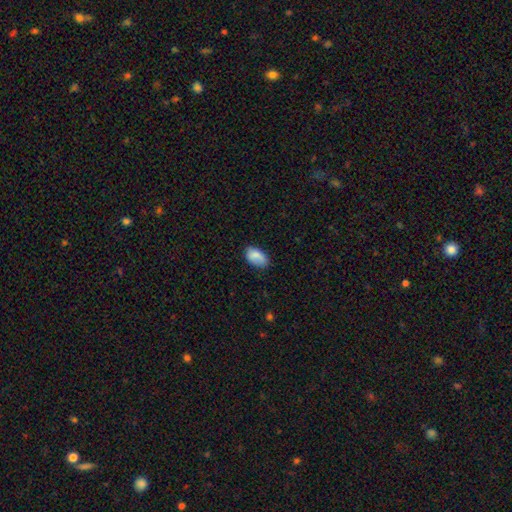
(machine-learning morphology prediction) Q: Smooth or featured?
A: smooth (82%); runner-up: featured or disk (11%)
Q: How rounded?
A: in between (92%); runner-up: round (6%)
Q: Merging?
A: none (69%); runner-up: minor disturbance (24%)